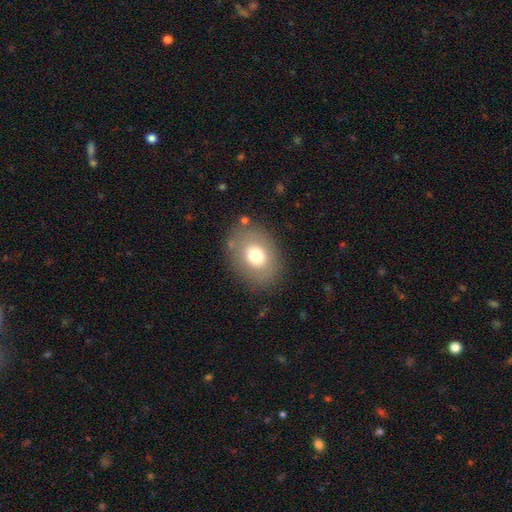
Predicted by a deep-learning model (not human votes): The model was most divided on "how rounded": in between: 62%, round: 37%, cigar-shaped: 1%. More confident: merging — none (81%); smooth or featured — smooth (71%).